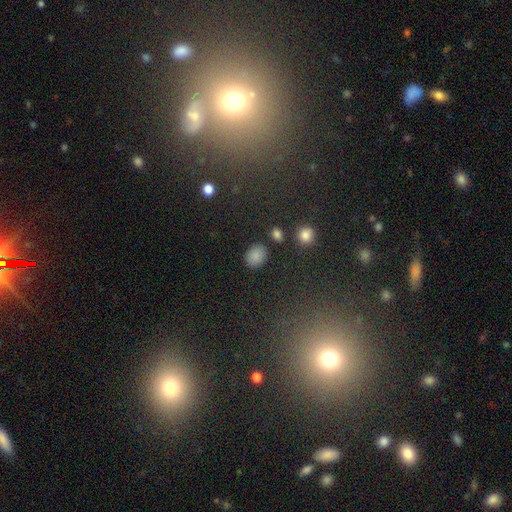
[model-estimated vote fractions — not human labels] Overall: smooth (84%). How rounded: in between (64%; round 35%). Merging: none (84%).